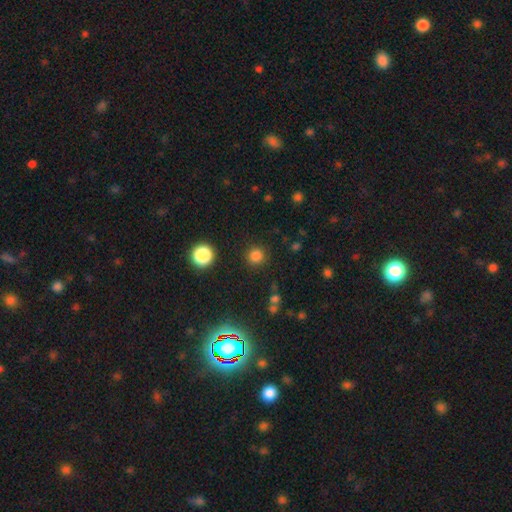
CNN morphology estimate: smooth-or-featured: smooth: 80% | star or artifact: 16% | featured or disk: 4%
  how-rounded: round: 94% | in between: 5% | cigar-shaped: 1%
  merging: none: 90% | minor disturbance: 6% | major disturbance: 3% | merger: 2%